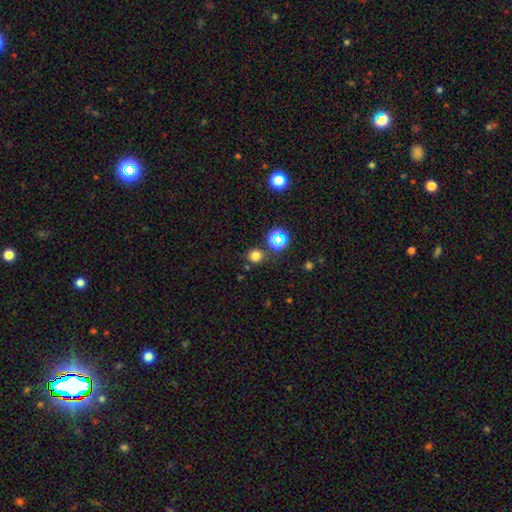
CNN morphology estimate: Overall: smooth (72%). How rounded: round (91%). Merging: none (83%).